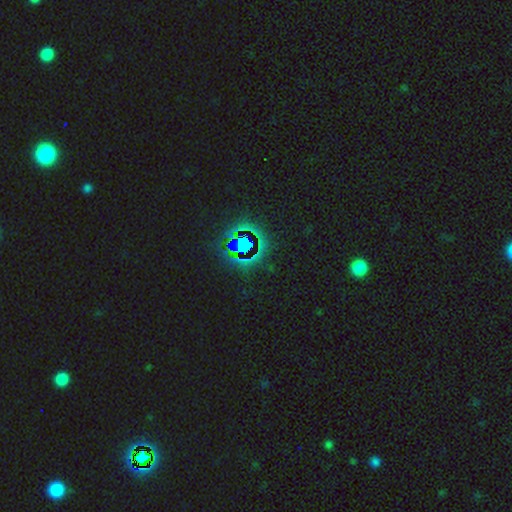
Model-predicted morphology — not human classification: star or artifact 80%, smooth 12%, featured or disk 8%.